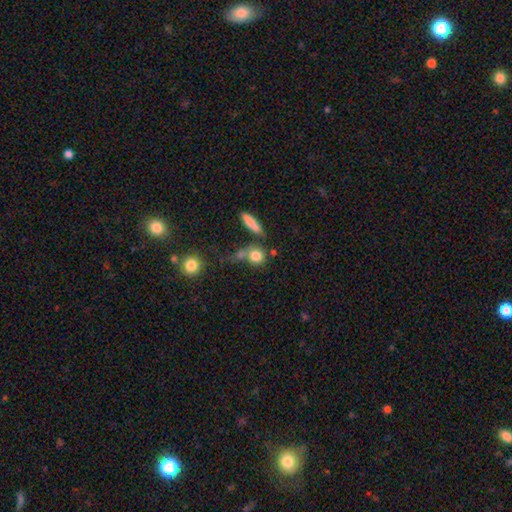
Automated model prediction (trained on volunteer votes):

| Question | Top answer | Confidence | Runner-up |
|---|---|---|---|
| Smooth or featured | smooth | 80% | star or artifact (10%) |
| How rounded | round | 78% | in between (17%) |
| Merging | none | 52% | merger (29%) |